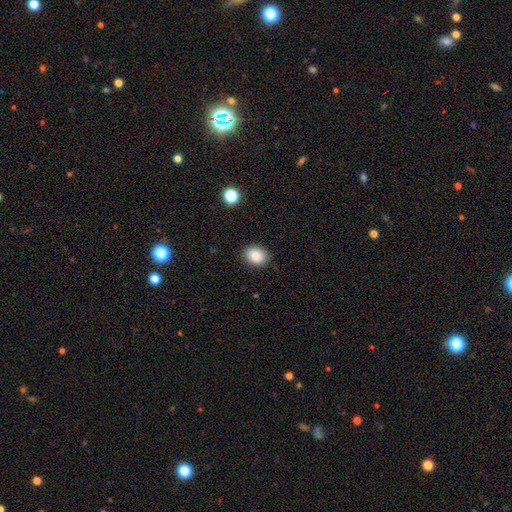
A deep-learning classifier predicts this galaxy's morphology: smooth_or_featured: smooth (p=0.87) [alt: star or artifact p=0.09]
how_rounded: in between (p=0.53) [alt: round p=0.46]
merging: none (p=0.87) [alt: minor disturbance p=0.09]